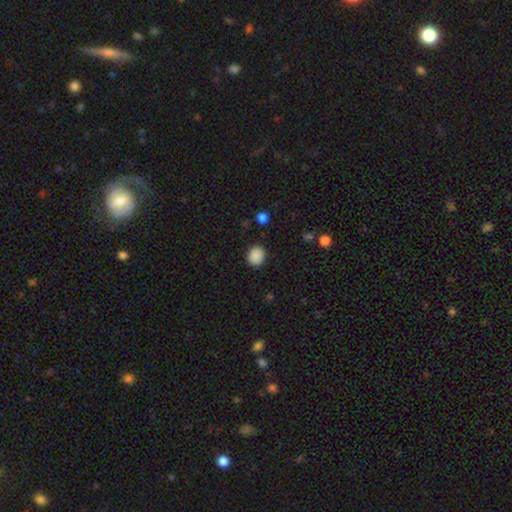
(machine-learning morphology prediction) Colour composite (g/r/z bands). It shows a smooth galaxy with no disk features (89%) that is round (74%). Merging: none (89%).